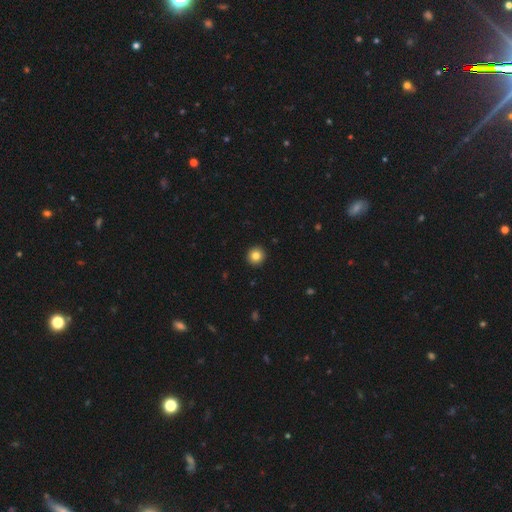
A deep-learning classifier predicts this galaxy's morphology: Smooth or featured: smooth — 83% (star or artifact — 10%)
How rounded: round — 95% (in between — 4%)
Merging: none — 94% (minor disturbance — 4%)